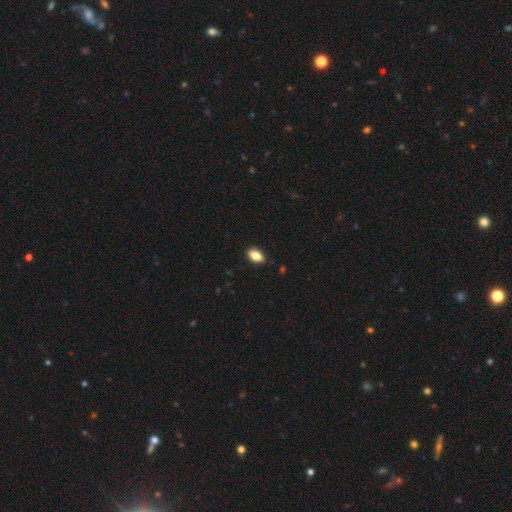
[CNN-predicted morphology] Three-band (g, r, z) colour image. It shows a smooth galaxy with no disk features (83%) that is in between round and cigar-shaped (90%). Merging: none (86%).